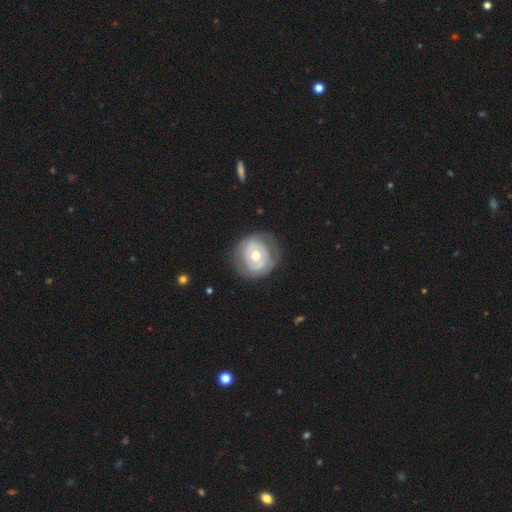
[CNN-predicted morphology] The model was most divided on "spiral arms": yes: 57%, no: 43%. More confident: edge-on disk — no (97%); bar — no (76%); bulge size — moderate (72%); merging — none (67%); smooth or featured — featured or disk (61%).